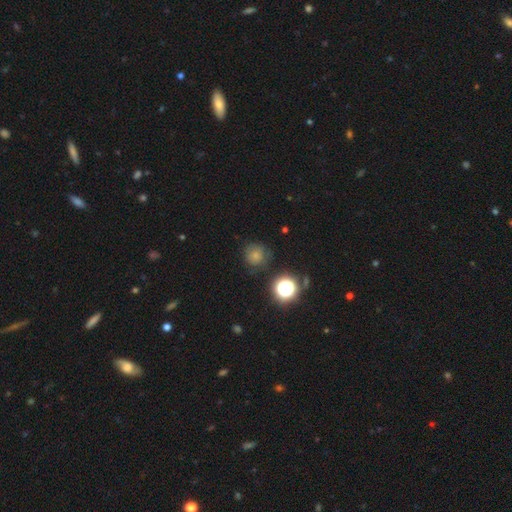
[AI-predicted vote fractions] Q: Smooth or featured?
A: smooth (71%); runner-up: star or artifact (20%)
Q: How rounded?
A: round (92%); runner-up: in between (7%)
Q: Merging?
A: none (76%); runner-up: minor disturbance (16%)